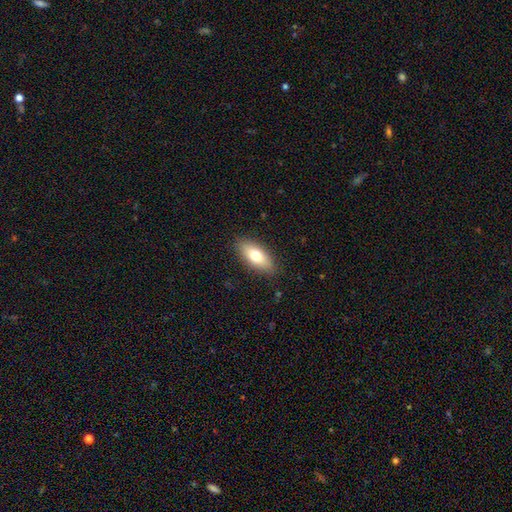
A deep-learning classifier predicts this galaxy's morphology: Overall: smooth (72%). How rounded: in between (81%). Merging: none (87%).